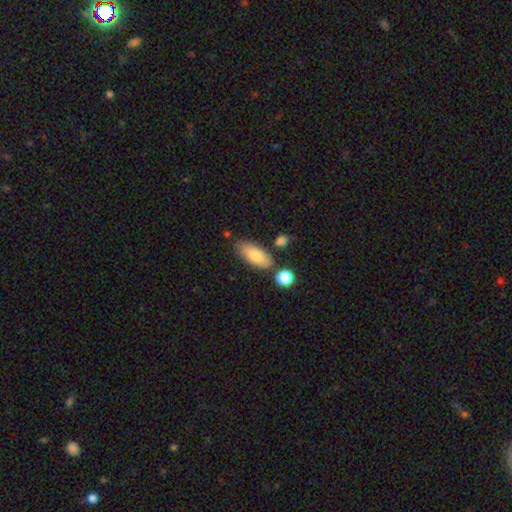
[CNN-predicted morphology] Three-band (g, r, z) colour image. It shows a smooth galaxy with no disk features (78%) that is in between round and cigar-shaped (82%). Merging: none (75%).